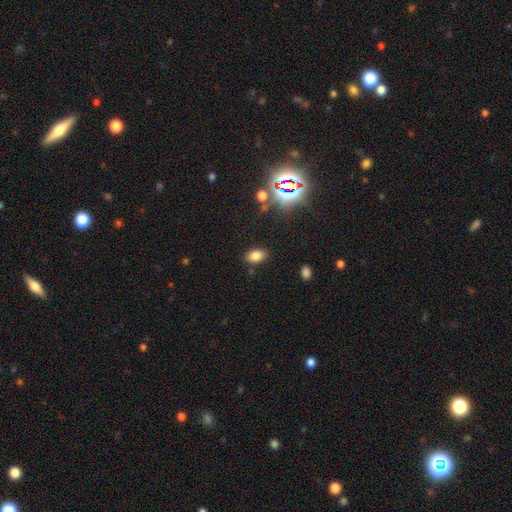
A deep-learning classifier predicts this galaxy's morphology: smooth 77%, star or artifact 15%, featured or disk 8%. Down the decision tree: how rounded — in between (88%); merging — none (85%).